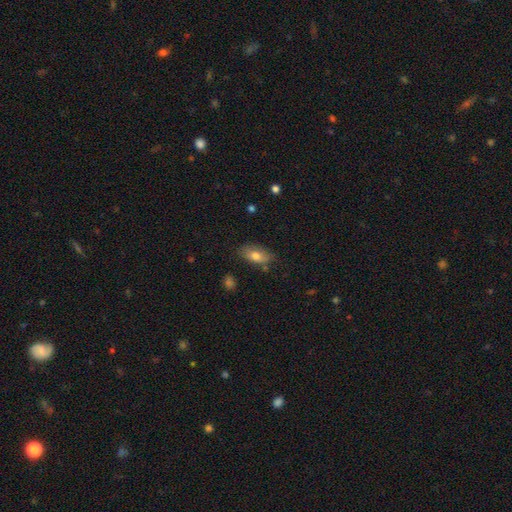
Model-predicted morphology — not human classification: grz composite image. It shows a smooth galaxy with no disk features (75%) that is in between round and cigar-shaped (89%). Merging: none (71%).